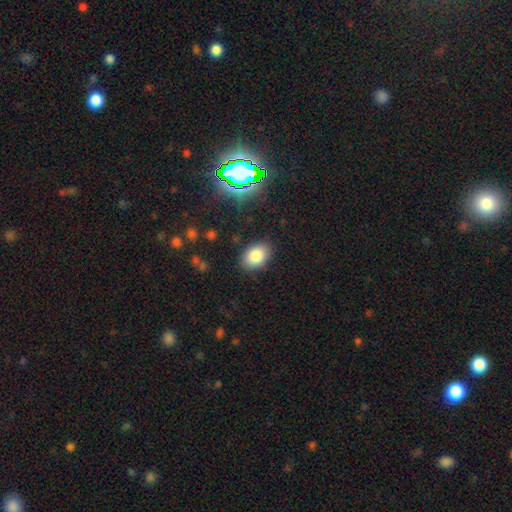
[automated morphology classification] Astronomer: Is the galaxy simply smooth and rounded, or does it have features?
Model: smooth — 82%.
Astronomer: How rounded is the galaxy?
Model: in between — 85%.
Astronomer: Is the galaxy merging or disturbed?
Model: none — 86%.